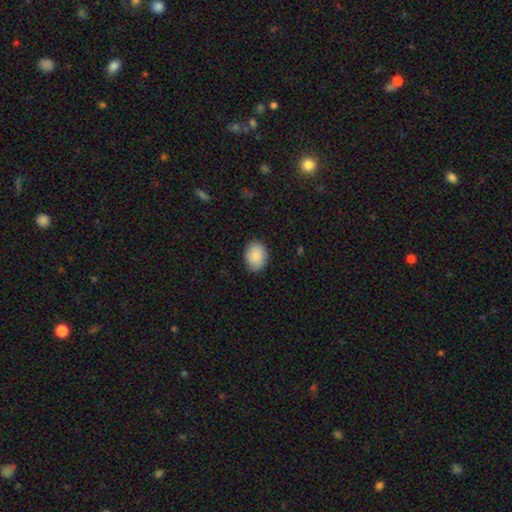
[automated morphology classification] A smooth galaxy with no disk features (88%) that is in between round and cigar-shaped (50%).

Vote fractions:
- Smooth or featured? smooth: 88% / star or artifact: 6% / featured or disk: 6%
- How rounded? in between: 50% / round: 49% / cigar-shaped: 1%
- Merging? none: 83% / minor disturbance: 14% / major disturbance: 3% / merger: 1%